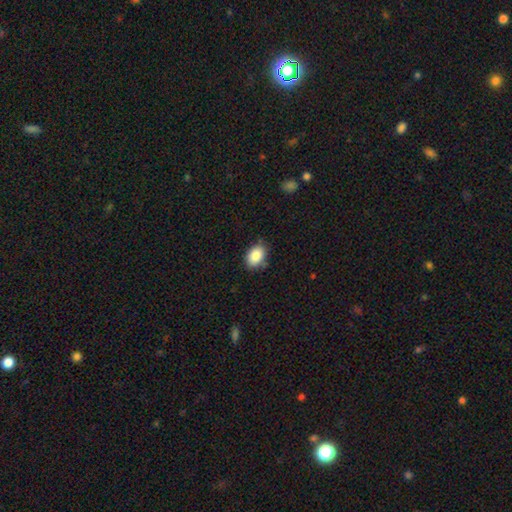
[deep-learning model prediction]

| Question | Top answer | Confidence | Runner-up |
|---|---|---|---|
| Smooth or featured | smooth | 87% | star or artifact (8%) |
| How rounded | in between | 80% | round (19%) |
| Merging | none | 77% | minor disturbance (18%) |